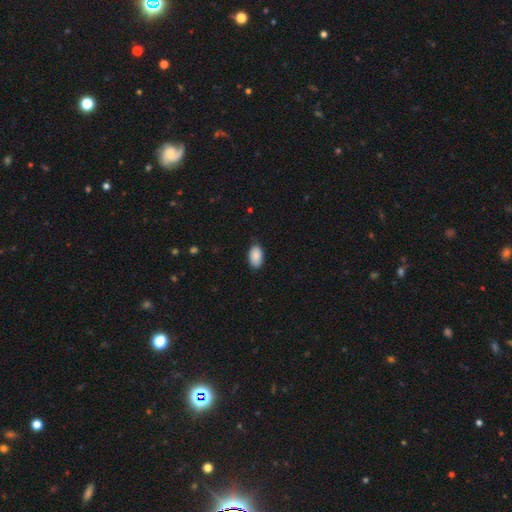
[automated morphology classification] The model was most divided on "merging": none: 81%, minor disturbance: 15%, major disturbance: 2%, merger: 1%. More confident: how rounded — in between (94%); smooth or featured — smooth (89%).